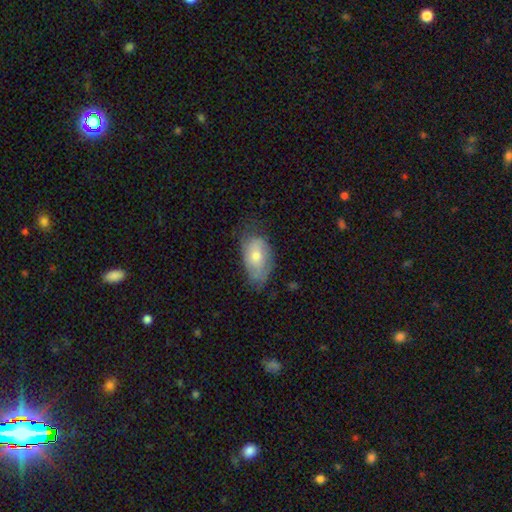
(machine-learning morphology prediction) Smooth or featured? Predicted: smooth (p=0.58). How rounded? Predicted: in between (p=0.91). Merging? Predicted: none (p=0.54).